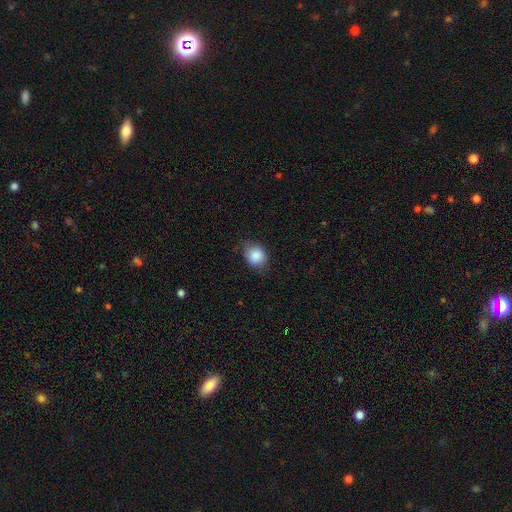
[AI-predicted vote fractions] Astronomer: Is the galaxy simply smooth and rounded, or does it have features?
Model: smooth — 87%.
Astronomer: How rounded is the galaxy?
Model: round — 59% (runner-up: in between, 40%).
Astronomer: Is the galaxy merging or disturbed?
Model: none — 74%.